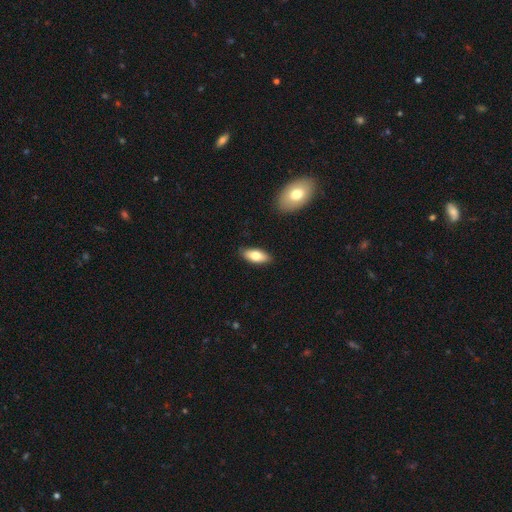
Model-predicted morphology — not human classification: The model was most divided on "smooth or featured": smooth: 75%, featured or disk: 19%, star or artifact: 6%. More confident: merging — none (88%); how rounded — in between (84%).